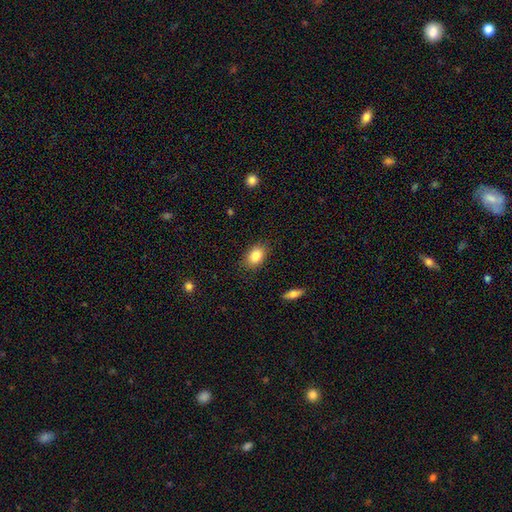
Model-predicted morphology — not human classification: smooth-or-featured: smooth: 84% | star or artifact: 8% | featured or disk: 8%
  how-rounded: in between: 79% | round: 20% | cigar-shaped: 2%
  merging: none: 84% | minor disturbance: 12% | major disturbance: 3% | merger: 1%